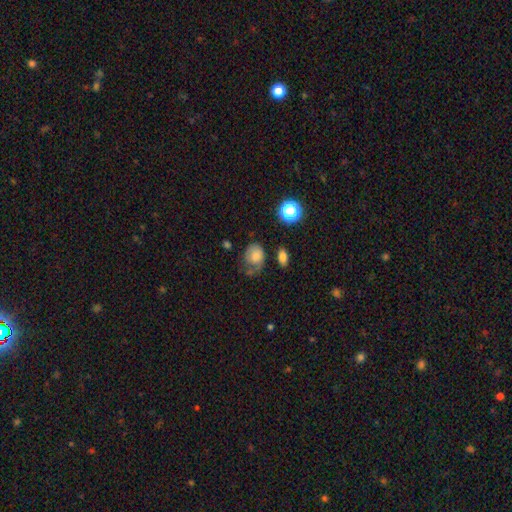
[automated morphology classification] This is likely a smooth galaxy (66%). How rounded: possibly in between (54%). Merging: marginally none (34%).